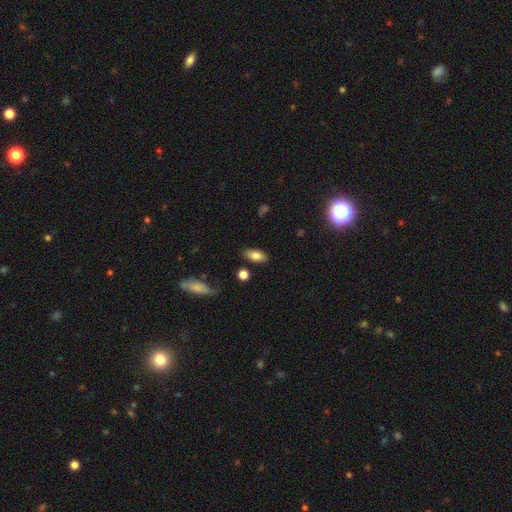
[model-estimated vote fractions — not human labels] Smooth or featured?
  - smooth: 81% *
  - featured or disk: 11%
  - star or artifact: 8%
How rounded?
  - in between: 88% *
  - cigar-shaped: 8%
  - round: 4%
Merging?
  - none: 82% *
  - minor disturbance: 12%
  - major disturbance: 3%
  - merger: 3%